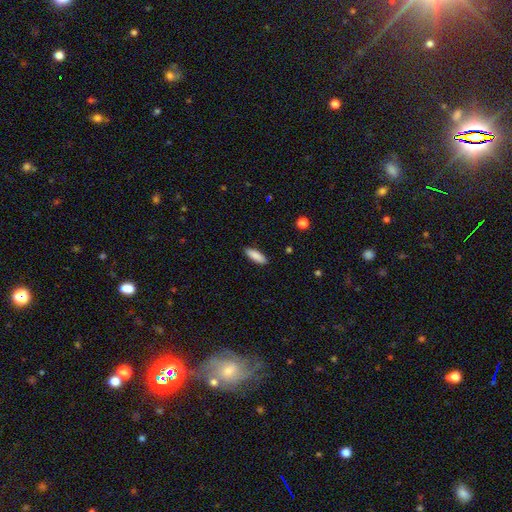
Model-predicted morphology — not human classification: The model was most divided on "how rounded": in between: 54%, cigar-shaped: 44%, round: 2%. More confident: merging — none (89%); smooth or featured — smooth (87%).